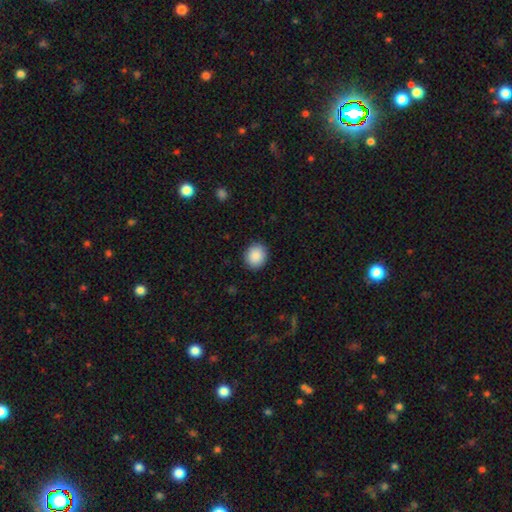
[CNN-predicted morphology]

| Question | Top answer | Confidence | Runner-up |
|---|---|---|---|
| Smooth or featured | smooth | 90% | star or artifact (8%) |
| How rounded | round | 71% | in between (28%) |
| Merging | none | 91% | minor disturbance (7%) |